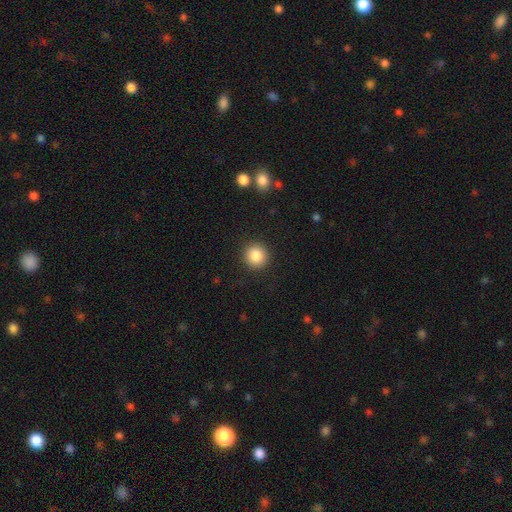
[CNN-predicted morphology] Smooth or featured?
  - smooth: 85% *
  - star or artifact: 9%
  - featured or disk: 5%
How rounded?
  - round: 94% *
  - in between: 5%
  - cigar-shaped: 1%
Merging?
  - none: 91% *
  - minor disturbance: 5%
  - major disturbance: 2%
  - merger: 1%